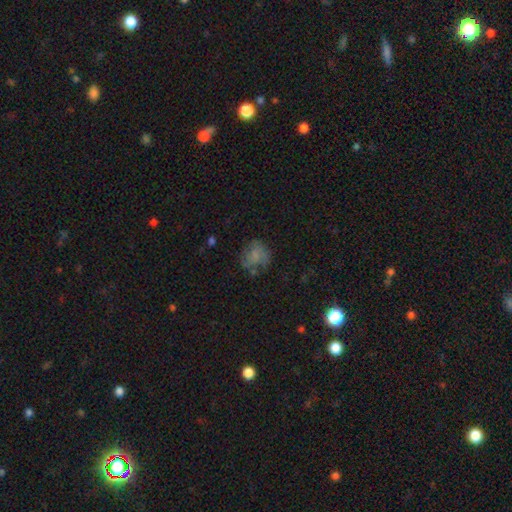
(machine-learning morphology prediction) The model was most divided on "merging": none: 54%, minor disturbance: 24%, major disturbance: 18%, merger: 4%. More confident: how rounded — round (68%); smooth or featured — smooth (59%).